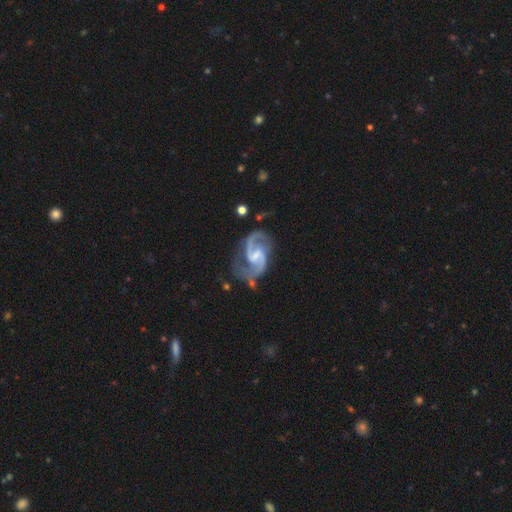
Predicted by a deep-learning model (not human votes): Q: Smooth or featured?
A: featured or disk (93%); runner-up: star or artifact (4%)
Q: Edge-on disk?
A: no (98%); runner-up: yes (2%)
Q: Bar?
A: weak (57%); runner-up: strong (24%)
Q: Spiral arms?
A: yes (98%); runner-up: no (2%)
Q: Spiral winding?
A: medium (63%); runner-up: loose (23%)
Q: Spiral arm count?
A: 2 (94%); runner-up: can't tell (2%)
Q: Bulge size?
A: small (48%); runner-up: none (26%)
Q: Merging?
A: none (68%); runner-up: minor disturbance (19%)